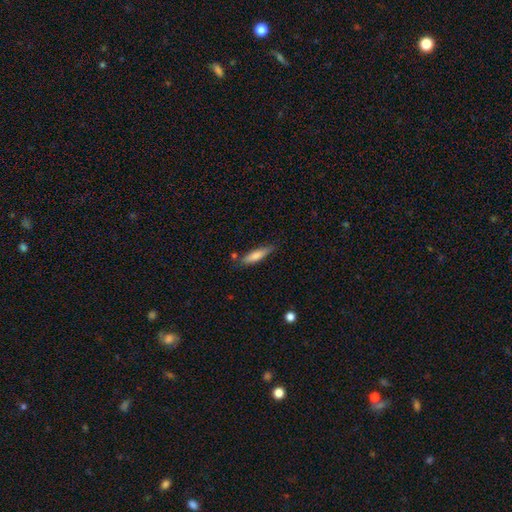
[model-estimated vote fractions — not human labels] This appears to be a smooth galaxy with no disk features (76%) that is cigar-shaped (72%). Merging: none (75%).